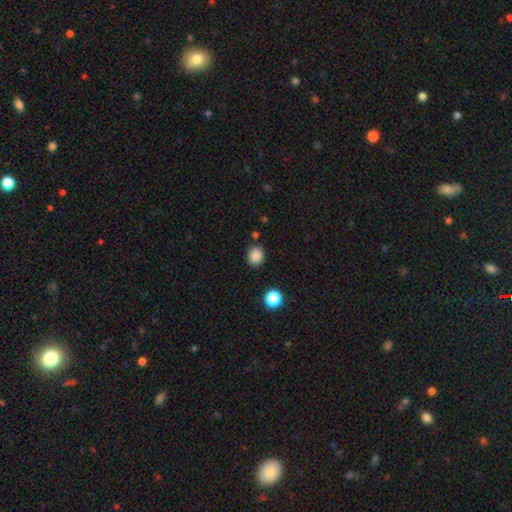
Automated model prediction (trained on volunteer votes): smooth_or_featured: smooth (p=0.86) [alt: star or artifact p=0.11]
how_rounded: round (p=0.77) [alt: in between p=0.22]
merging: none (p=0.85) [alt: minor disturbance p=0.09]